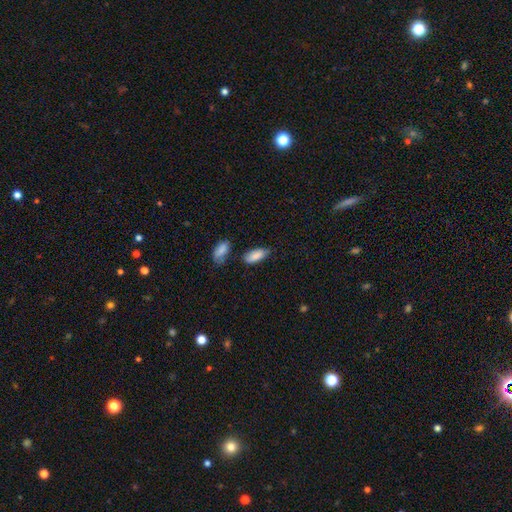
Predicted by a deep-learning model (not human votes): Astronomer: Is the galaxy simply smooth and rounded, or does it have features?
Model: smooth — 86%.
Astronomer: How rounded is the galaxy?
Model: in between — 83%.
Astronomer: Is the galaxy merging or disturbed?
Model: none — 63%.